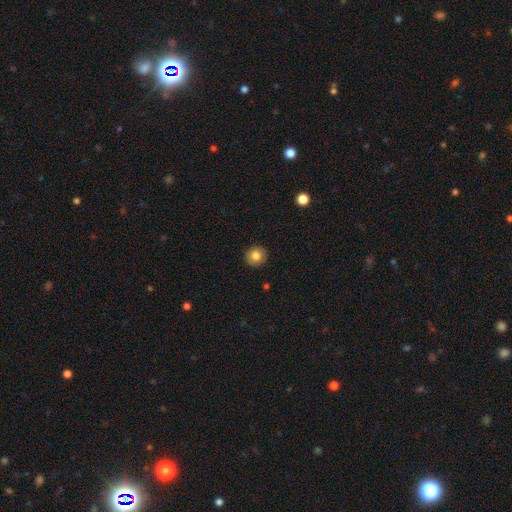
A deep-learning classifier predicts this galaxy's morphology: smooth_or_featured: smooth (p=0.82) [alt: star or artifact p=0.10]
how_rounded: round (p=0.92) [alt: in between p=0.07]
merging: none (p=0.91) [alt: minor disturbance p=0.06]